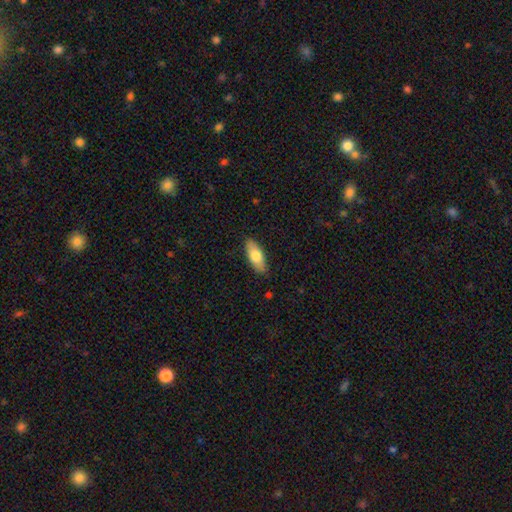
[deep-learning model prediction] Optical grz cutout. It shows a smooth galaxy with no disk features (75%) that is in between round and cigar-shaped (79%). Merging: none (87%).